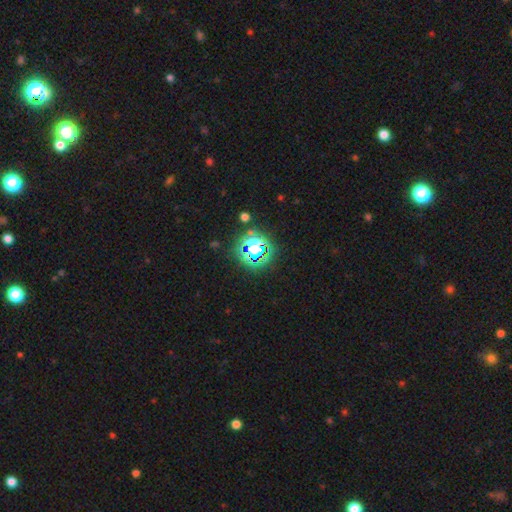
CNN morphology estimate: Smooth or featured?
  - star or artifact: 74% *
  - smooth: 17%
  - featured or disk: 8%